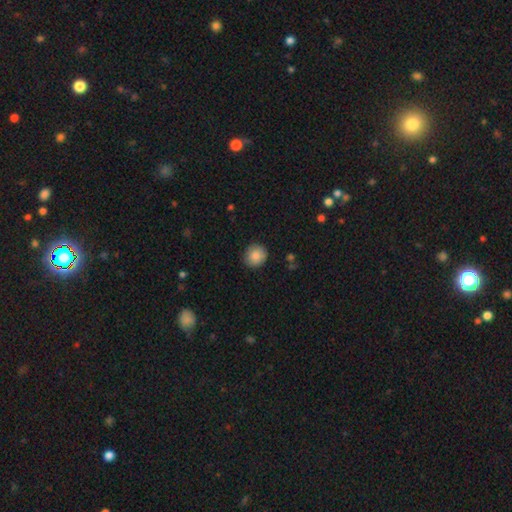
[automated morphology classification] smooth_or_featured: smooth (p=0.87) [alt: star or artifact p=0.08]
how_rounded: round (p=0.87) [alt: in between p=0.12]
merging: none (p=0.88) [alt: minor disturbance p=0.09]